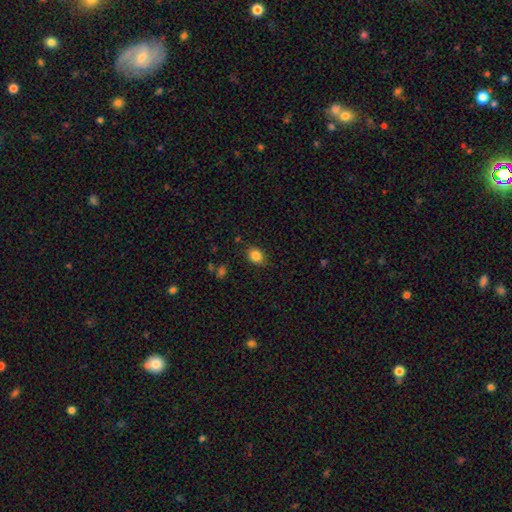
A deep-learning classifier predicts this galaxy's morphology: A smooth galaxy with no disk features (84%) that is in between round and cigar-shaped (55%).

Vote fractions:
- Smooth or featured? smooth: 84% / star or artifact: 10% / featured or disk: 6%
- How rounded? in between: 55% / round: 44% / cigar-shaped: 1%
- Merging? none: 84% / minor disturbance: 12% / major disturbance: 3% / merger: 2%